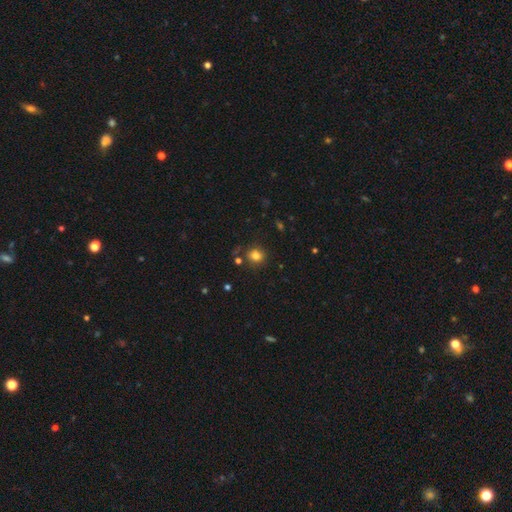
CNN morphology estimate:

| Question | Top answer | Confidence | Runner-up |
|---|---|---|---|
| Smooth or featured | smooth | 79% | star or artifact (14%) |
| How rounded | round | 81% | in between (18%) |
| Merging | none | 82% | minor disturbance (10%) |